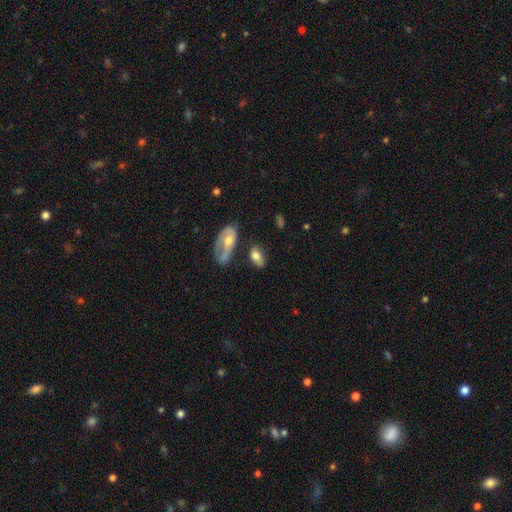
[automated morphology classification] Overall: smooth (68%). How rounded: in between (87%). Merging: none (54%; minor disturbance 22%).